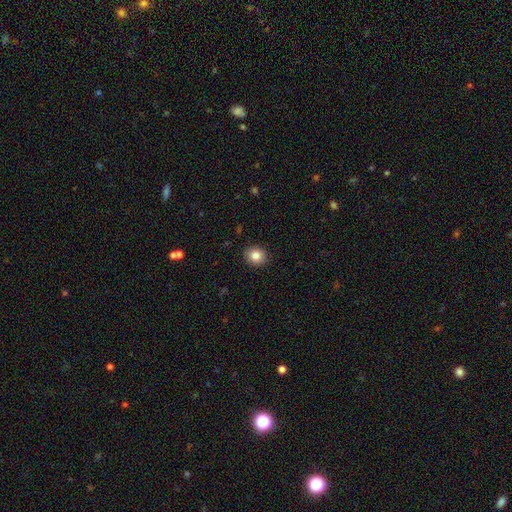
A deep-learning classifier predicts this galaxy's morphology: smooth_or_featured: smooth (p=0.84) [alt: star or artifact p=0.10]
how_rounded: round (p=0.77) [alt: in between p=0.22]
merging: none (p=0.91) [alt: minor disturbance p=0.06]